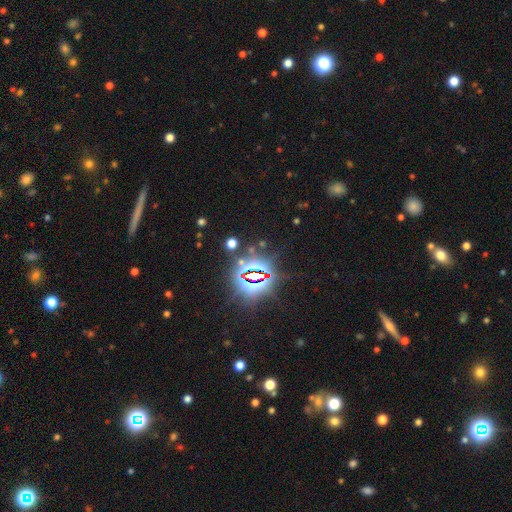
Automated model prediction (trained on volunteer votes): This is clearly a star or artifact rather than a galaxy (81%).